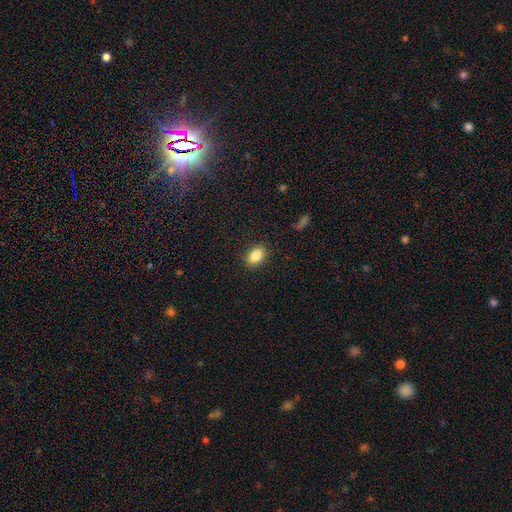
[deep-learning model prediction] smooth 85%, star or artifact 8%, featured or disk 7%. Down the decision tree: how rounded — in between (85%); merging — none (88%).